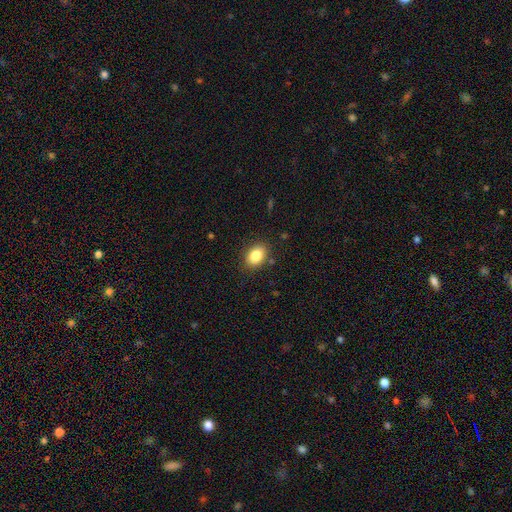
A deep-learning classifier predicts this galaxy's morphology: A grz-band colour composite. It shows a smooth galaxy with no disk features (85%) that is in between round and cigar-shaped (78%). Merging: none (86%).